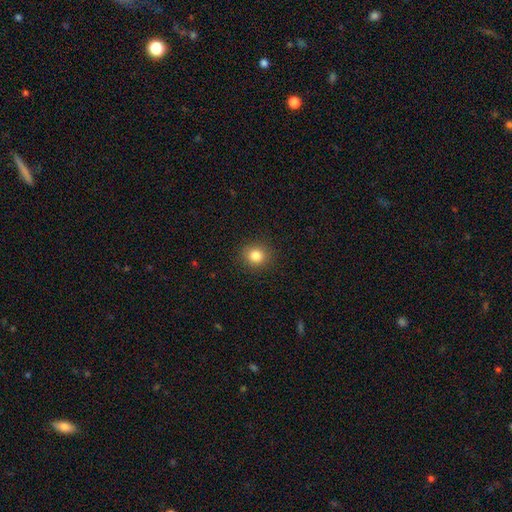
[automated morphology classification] This is clearly a smooth galaxy (84%). How rounded: clearly round (84%). Merging: clearly none (90%).